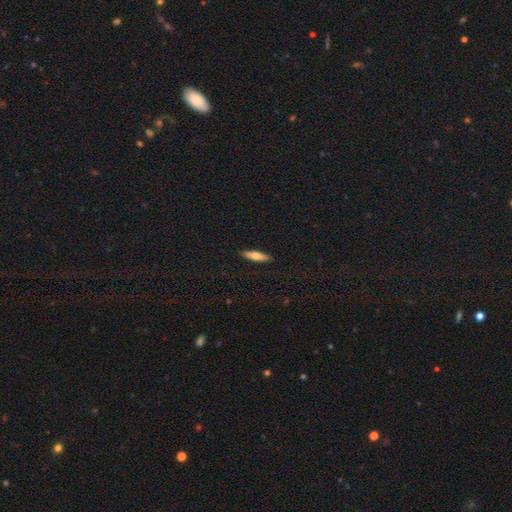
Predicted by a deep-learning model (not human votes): This is likely a smooth galaxy (64%). How rounded: likely cigar-shaped (74%). Merging: clearly none (90%).